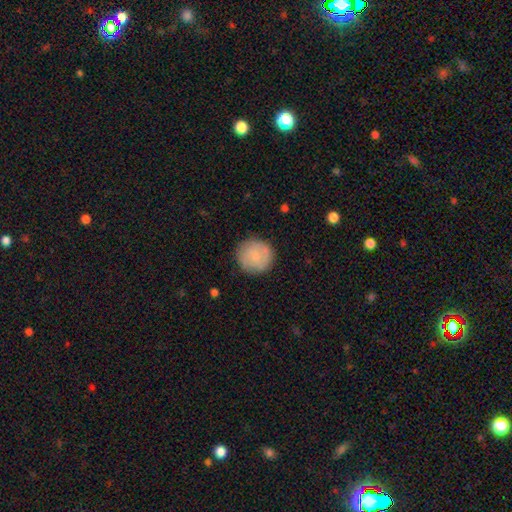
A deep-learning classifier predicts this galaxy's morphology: This is likely a smooth galaxy (71%). How rounded: clearly round (95%). Merging: clearly none (86%).